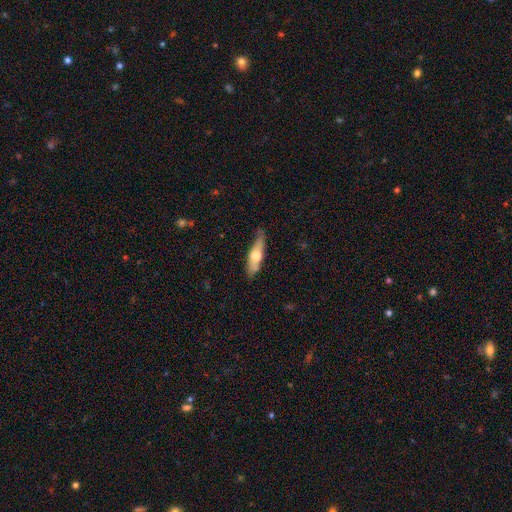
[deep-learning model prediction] A smooth galaxy with no disk features (52%) that is cigar-shaped (62%).

Vote fractions:
- Smooth or featured? smooth: 52% / featured or disk: 43% / star or artifact: 5%
- How rounded? cigar-shaped: 62% / in between: 35% / round: 2%
- Merging? none: 69% / minor disturbance: 24% / major disturbance: 5% / merger: 2%